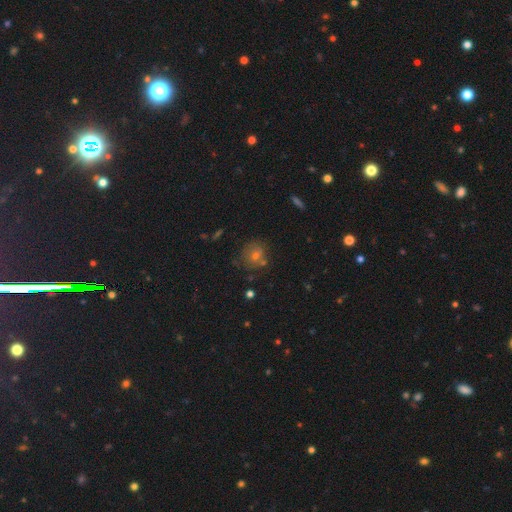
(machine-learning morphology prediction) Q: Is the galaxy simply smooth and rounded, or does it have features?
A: smooth — 54%.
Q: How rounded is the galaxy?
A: round — 85%.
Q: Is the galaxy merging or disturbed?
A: none — 72%.